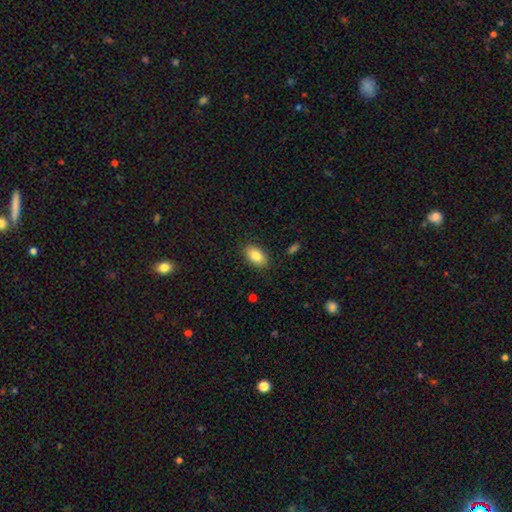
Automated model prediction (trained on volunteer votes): Overall: smooth (85%). How rounded: in between (92%). Merging: none (87%).